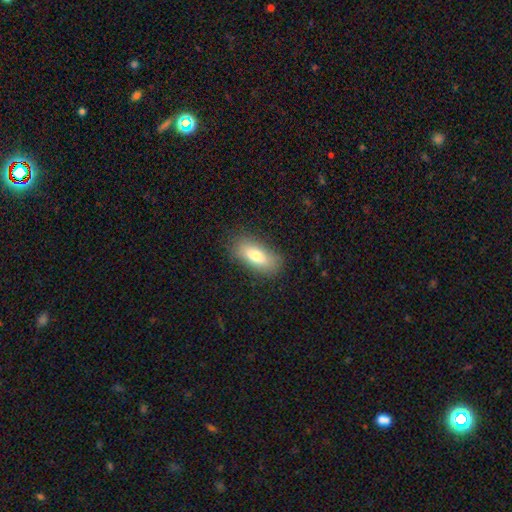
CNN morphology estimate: Smooth or featured? Predicted: smooth (p=0.76). How rounded? Predicted: in between (p=0.79). Merging? Predicted: none (p=0.84).